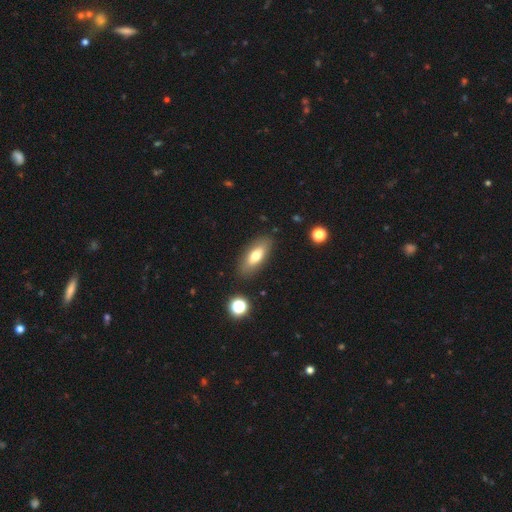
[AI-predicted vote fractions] smooth 67%, featured or disk 25%, star or artifact 7%. Down the decision tree: how rounded — in between (76%); merging — none (85%).